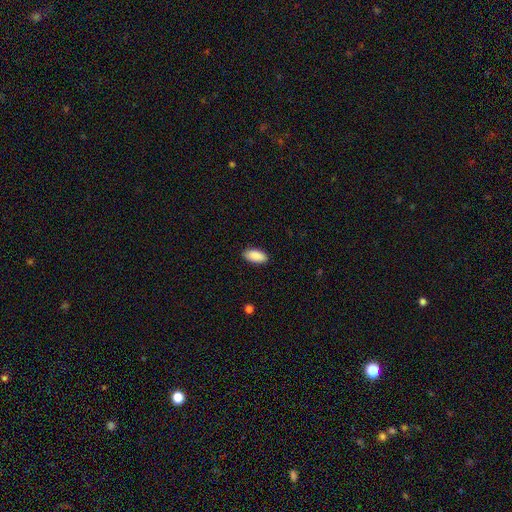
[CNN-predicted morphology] This is clearly a smooth galaxy (91%). How rounded: clearly in between (92%). Merging: clearly none (88%).